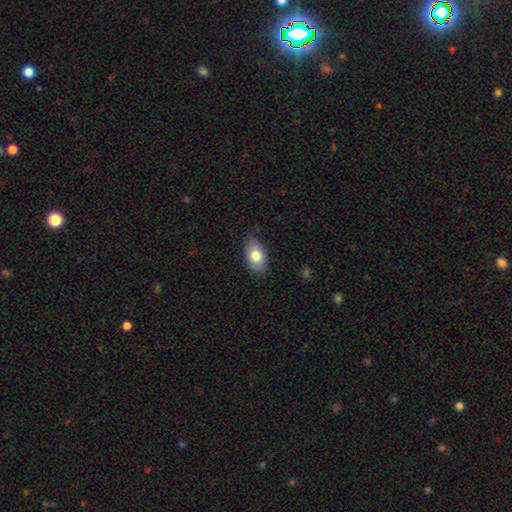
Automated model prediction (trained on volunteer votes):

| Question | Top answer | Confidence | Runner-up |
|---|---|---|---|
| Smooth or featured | smooth | 79% | featured or disk (14%) |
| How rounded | in between | 91% | round (7%) |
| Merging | none | 83% | minor disturbance (13%) |